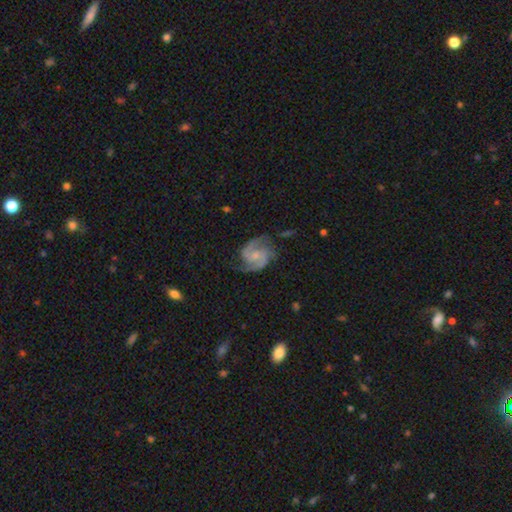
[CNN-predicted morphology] This is clearly a featured or disk galaxy (89%). It is clearly not viewed edge-on (98%). Bar: possibly no (50%). Spiral arm pattern: clearly yes (98%). Spiral arm count: likely 2 (79%). Spiral winding: possibly medium (56%). Central bulge: possibly small (57%). Merging: likely none (71%).